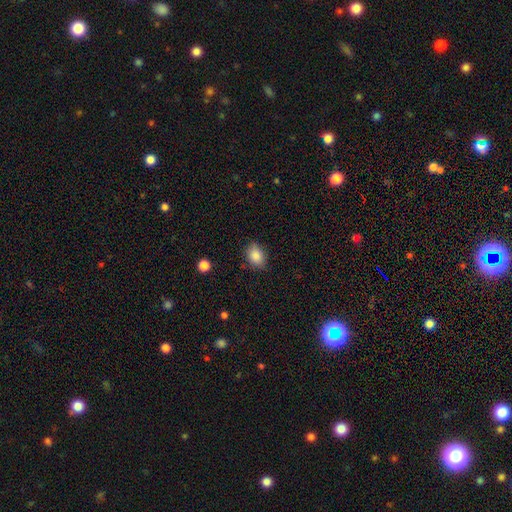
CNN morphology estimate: Smooth or featured?
  - smooth: 86% *
  - star or artifact: 8%
  - featured or disk: 6%
How rounded?
  - in between: 74% *
  - round: 25%
  - cigar-shaped: 1%
Merging?
  - none: 80% *
  - minor disturbance: 16%
  - major disturbance: 3%
  - merger: 1%